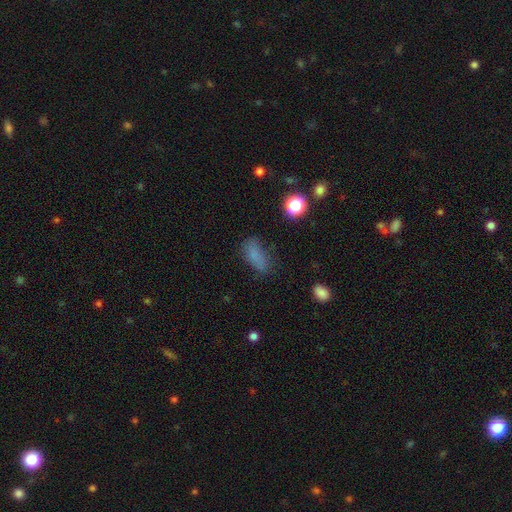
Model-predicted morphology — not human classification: A smooth galaxy with no disk features (76%) that is in between round and cigar-shaped (79%). Merging: none (59%).